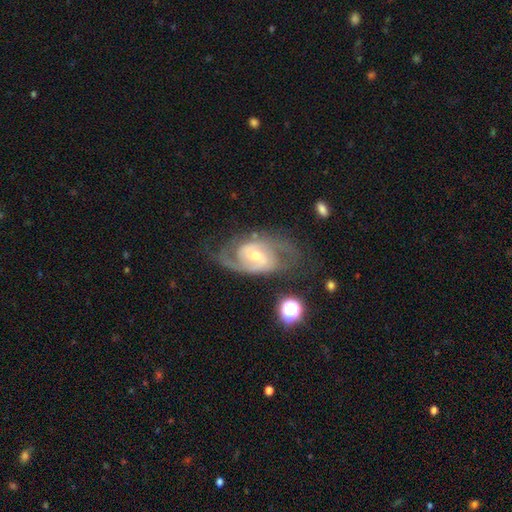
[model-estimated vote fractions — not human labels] This appears to be a featured or disk galaxy (88%) with a weak bar (49%), 2 (80%) medium (51%) spiral arms (96%) and a moderate central bulge (49%). Merging: none (66%).